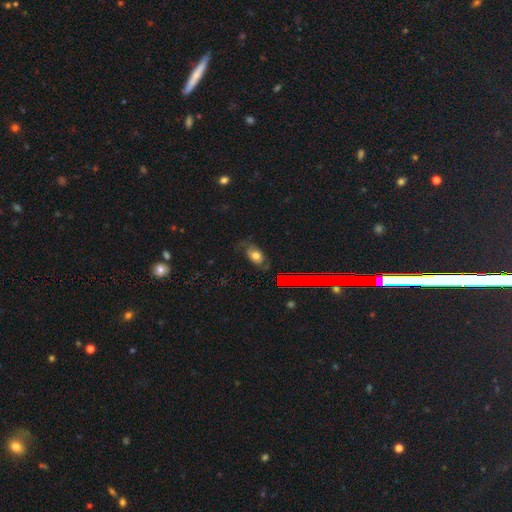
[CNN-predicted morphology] smooth-or-featured: smooth: 63% | featured or disk: 21% | star or artifact: 16%
  how-rounded: in between: 85% | round: 11% | cigar-shaped: 4%
  merging: none: 65% | minor disturbance: 23% | major disturbance: 9% | merger: 2%